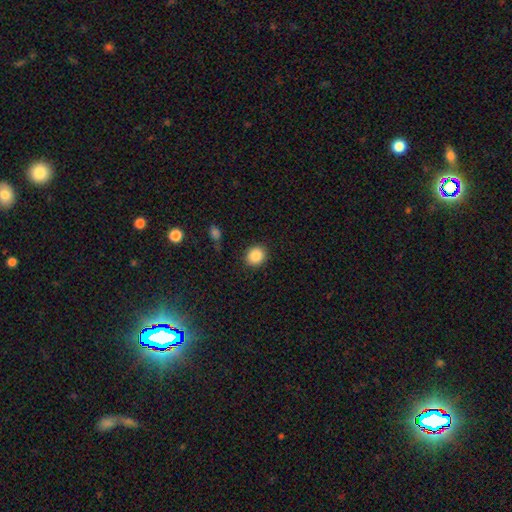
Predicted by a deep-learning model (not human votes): Smooth or featured? Predicted: smooth (p=0.86). How rounded? Predicted: round (p=0.78). Merging? Predicted: none (p=0.89).